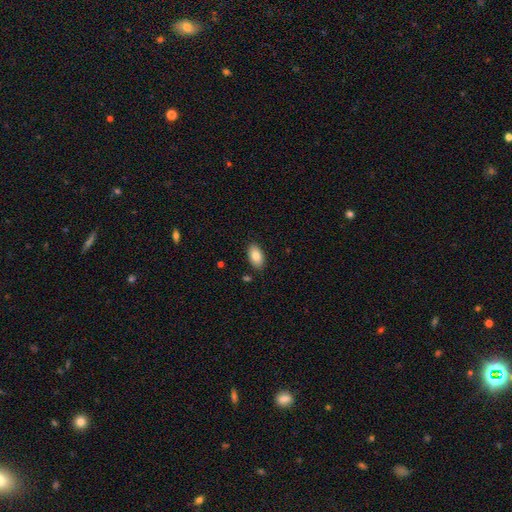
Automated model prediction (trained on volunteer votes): smooth_or_featured: smooth (p=0.85) [alt: featured or disk p=0.09]
how_rounded: in between (p=0.94) [alt: round p=0.04]
merging: none (p=0.87) [alt: minor disturbance p=0.09]